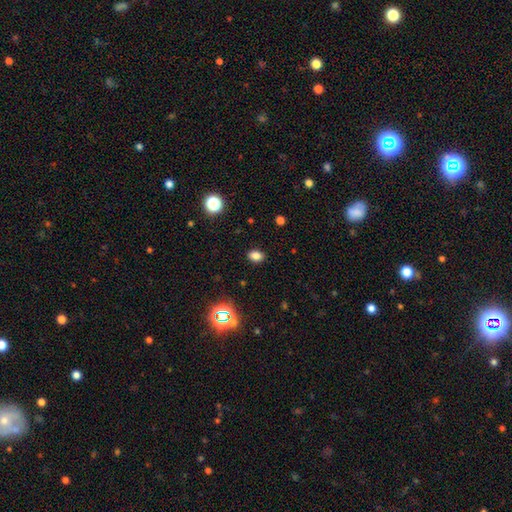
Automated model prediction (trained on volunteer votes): This appears to be a smooth galaxy with no disk features (79%) that is in between round and cigar-shaped (66%). Merging: none (88%).